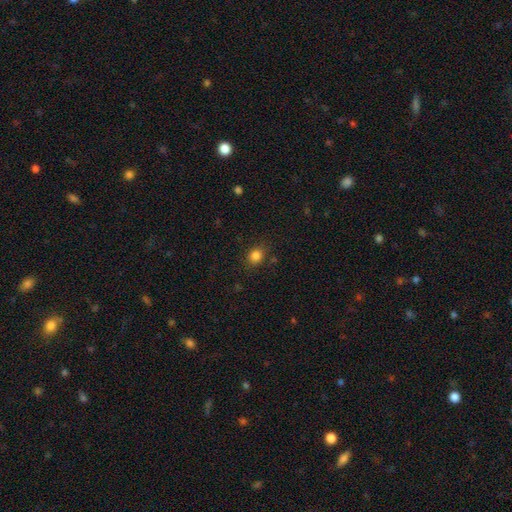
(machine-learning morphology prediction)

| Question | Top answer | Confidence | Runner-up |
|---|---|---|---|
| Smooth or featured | smooth | 83% | star or artifact (12%) |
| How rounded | round | 66% | in between (33%) |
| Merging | none | 84% | minor disturbance (11%) |